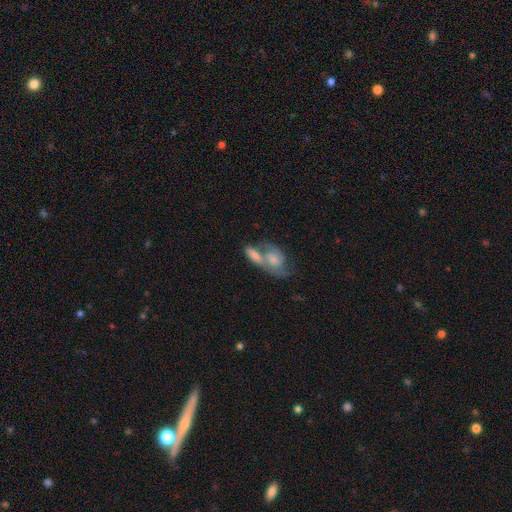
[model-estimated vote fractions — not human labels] This appears to be a featured or disk galaxy (48%). Merging: merger (64%).